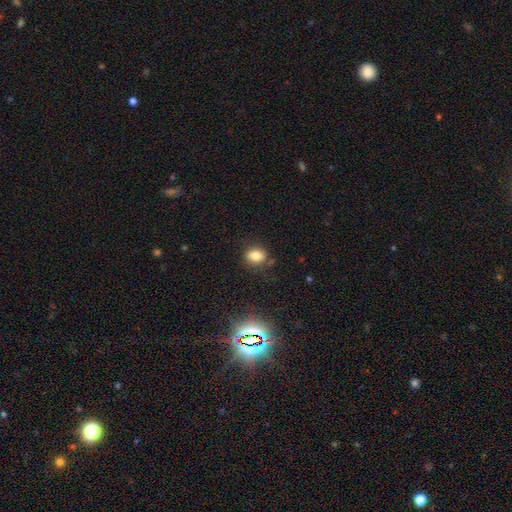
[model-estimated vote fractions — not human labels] smooth_or_featured: smooth (p=0.80) [alt: star or artifact p=0.13]
how_rounded: in between (p=0.53) [alt: round p=0.45]
merging: none (p=0.79) [alt: minor disturbance p=0.14]